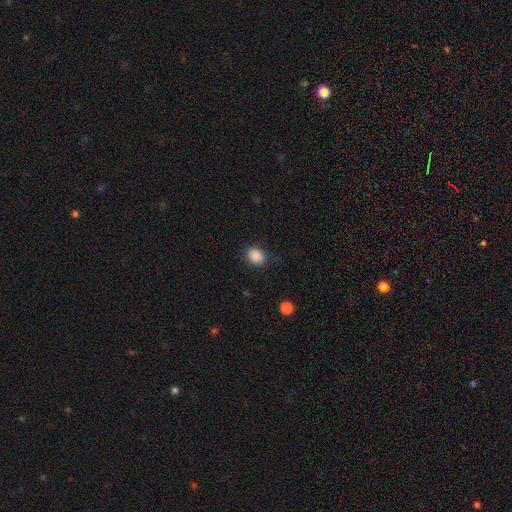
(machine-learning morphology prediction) This appears to be a smooth galaxy with no disk features (87%) that is round (51%). Merging: none (87%).